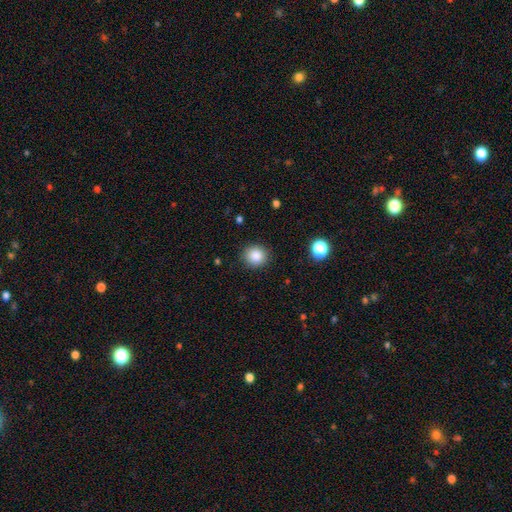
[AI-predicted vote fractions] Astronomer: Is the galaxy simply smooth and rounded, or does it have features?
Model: smooth — 86%.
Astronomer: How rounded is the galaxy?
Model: round — 87%.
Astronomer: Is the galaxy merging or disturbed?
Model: none — 89%.